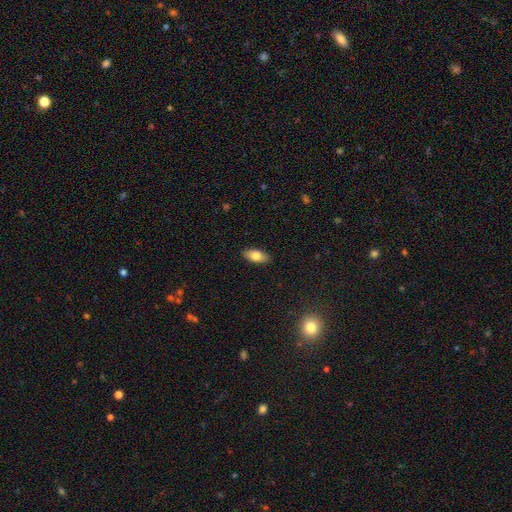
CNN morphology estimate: Overall: smooth (79%). How rounded: in between (88%). Merging: none (89%).